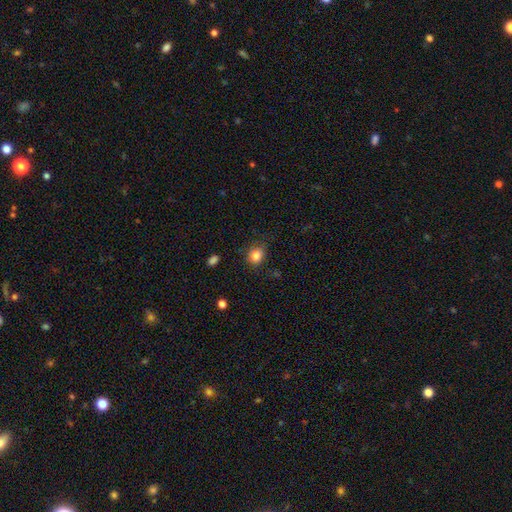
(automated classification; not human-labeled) The model was most divided on "how rounded": round: 67%, in between: 32%, cigar-shaped: 1%. More confident: smooth or featured — smooth (83%); merging — none (76%).